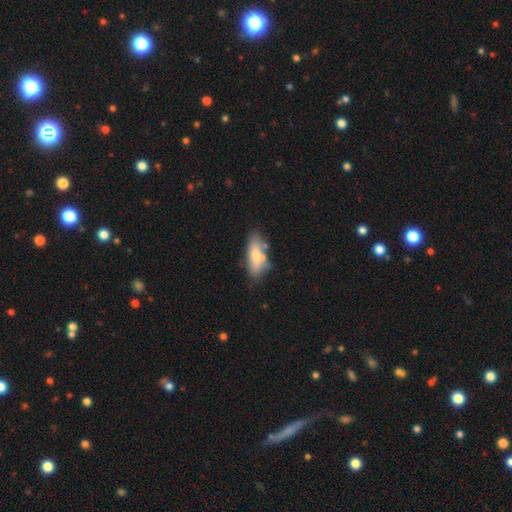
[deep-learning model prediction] Smooth or featured?
  - smooth: 58% *
  - featured or disk: 35%
  - star or artifact: 8%
How rounded?
  - in between: 61% *
  - cigar-shaped: 36%
  - round: 3%
Merging?
  - none: 60% *
  - minor disturbance: 20%
  - merger: 13%
  - major disturbance: 6%